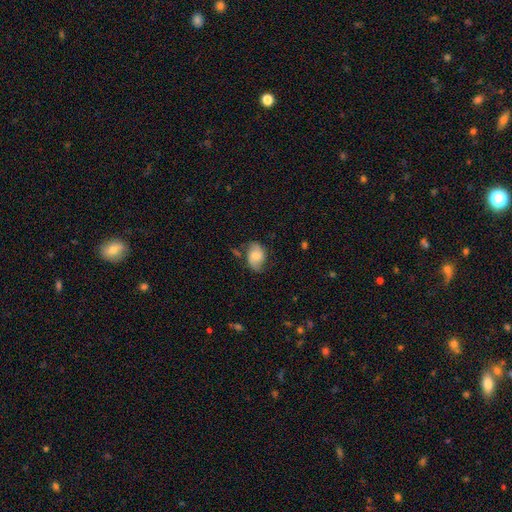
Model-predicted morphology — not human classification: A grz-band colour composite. It shows a featured or disk galaxy (49%). Merging: none (62%).